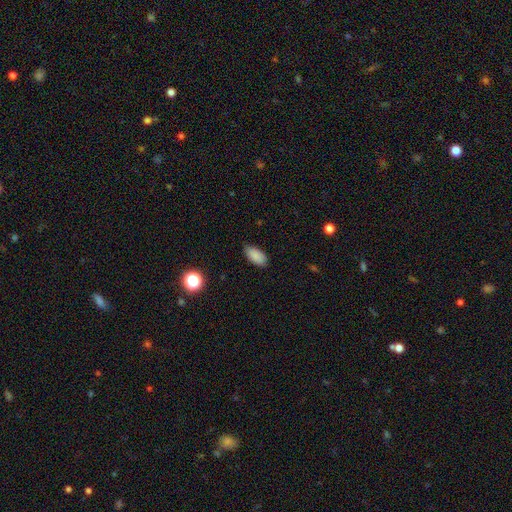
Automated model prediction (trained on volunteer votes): A smooth galaxy with no disk features (87%) that is in between round and cigar-shaped (93%). Merging: none (83%).